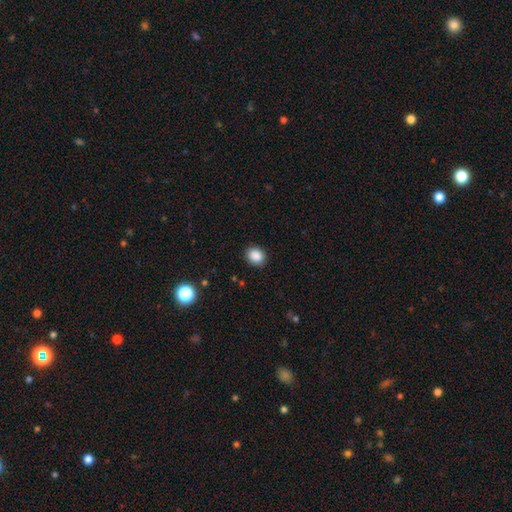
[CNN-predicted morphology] type=smooth (88%); roundness=round (60%); merging=none (88%).